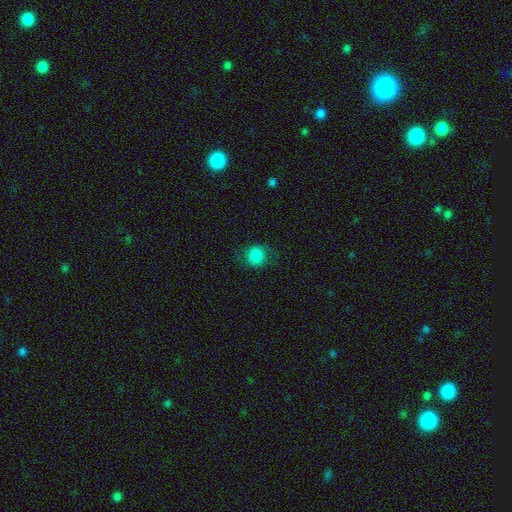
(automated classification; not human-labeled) A smooth galaxy with no disk features (86%) that is round (86%). Merging: none (83%).